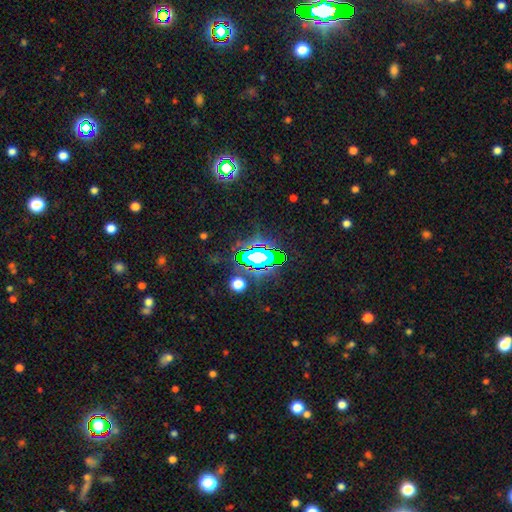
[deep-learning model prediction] The model was most divided on "smooth or featured": star or artifact: 70%, smooth: 16%, featured or disk: 14%.